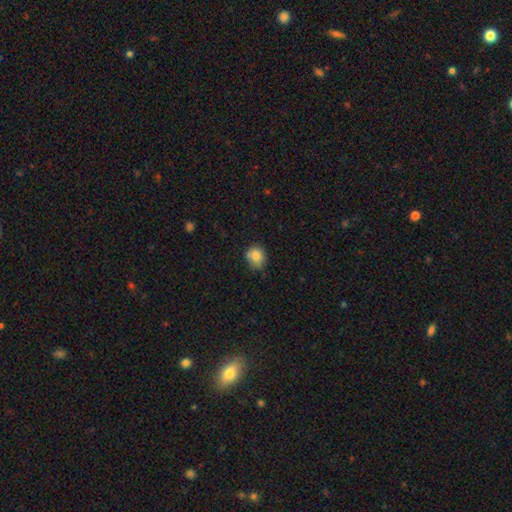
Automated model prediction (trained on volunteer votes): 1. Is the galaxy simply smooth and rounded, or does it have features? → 81% smooth, 10% star or artifact, 9% featured or disk.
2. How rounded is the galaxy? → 75% round, 24% in between, 1% cigar-shaped.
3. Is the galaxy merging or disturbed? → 63% none, 26% minor disturbance, 6% merger, 5% major disturbance.